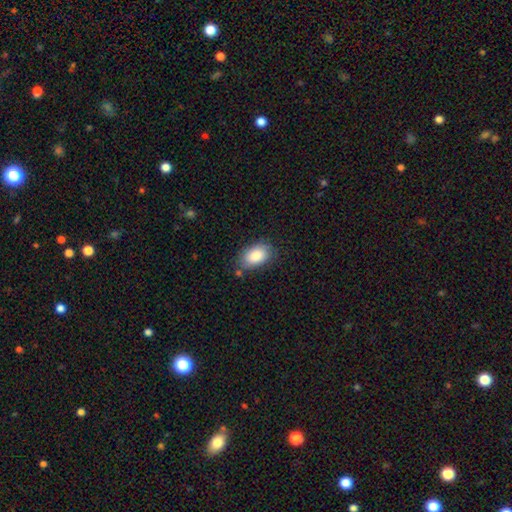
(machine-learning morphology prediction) Smooth or featured?
  - smooth: 86% *
  - featured or disk: 8%
  - star or artifact: 7%
How rounded?
  - in between: 90% *
  - round: 8%
  - cigar-shaped: 1%
Merging?
  - none: 74% *
  - minor disturbance: 19%
  - major disturbance: 4%
  - merger: 3%